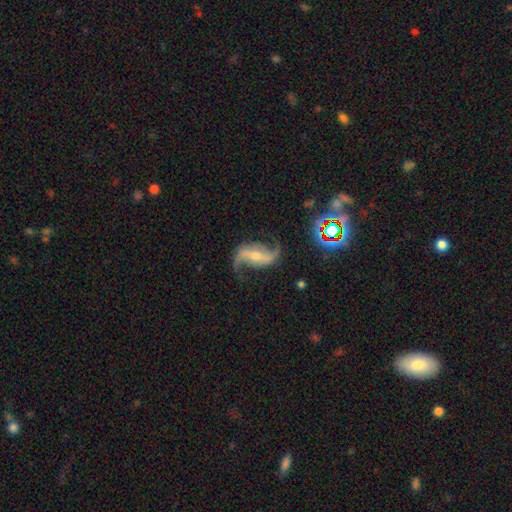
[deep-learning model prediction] Q: Smooth or featured?
A: featured or disk (88%); runner-up: star or artifact (7%)
Q: Edge-on disk?
A: no (96%); runner-up: yes (4%)
Q: Bar?
A: strong (45%); runner-up: weak (32%)
Q: Spiral arms?
A: yes (97%); runner-up: no (3%)
Q: Spiral winding?
A: loose (79%); runner-up: medium (17%)
Q: Spiral arm count?
A: 2 (93%); runner-up: 1 (2%)
Q: Bulge size?
A: small (49%); runner-up: moderate (44%)
Q: Merging?
A: none (76%); runner-up: minor disturbance (14%)